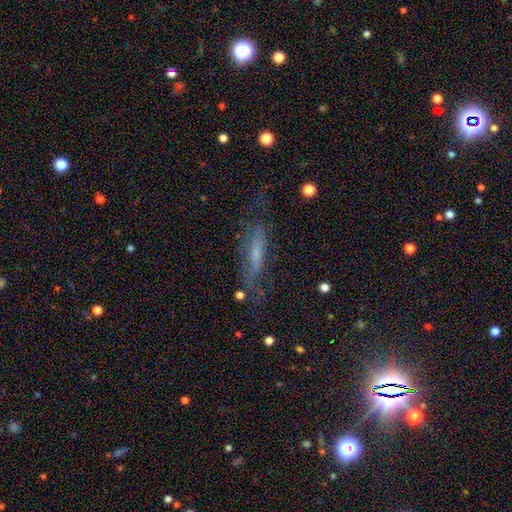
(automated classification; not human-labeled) Smooth or featured? featured or disk (49%)
Merging? none (67%)